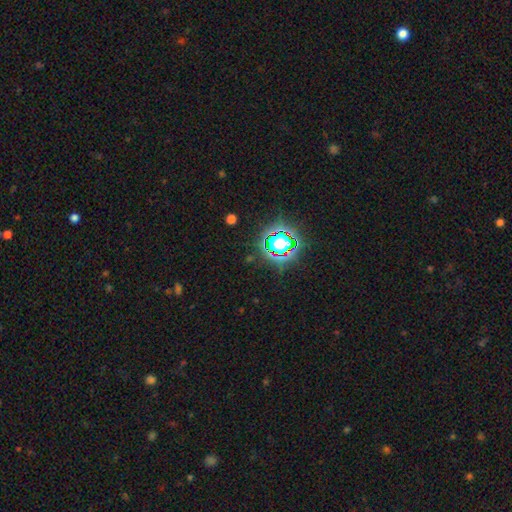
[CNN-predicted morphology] The model was most divided on "smooth or featured": star or artifact: 79%, smooth: 13%, featured or disk: 8%.